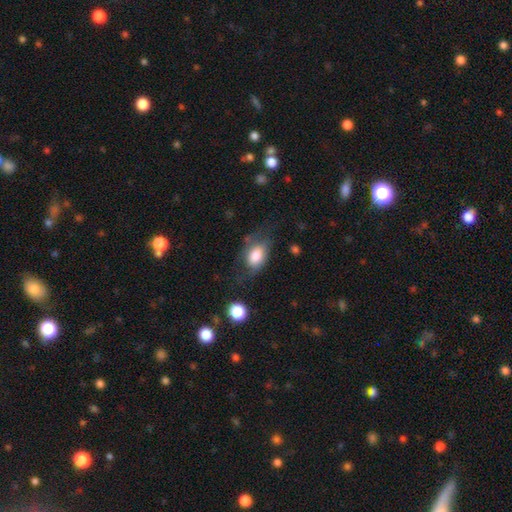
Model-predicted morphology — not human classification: smooth_or_featured: smooth (p=0.74) [alt: featured or disk p=0.19]
how_rounded: in between (p=0.85) [alt: round p=0.12]
merging: none (p=0.43) [alt: minor disturbance p=0.30]